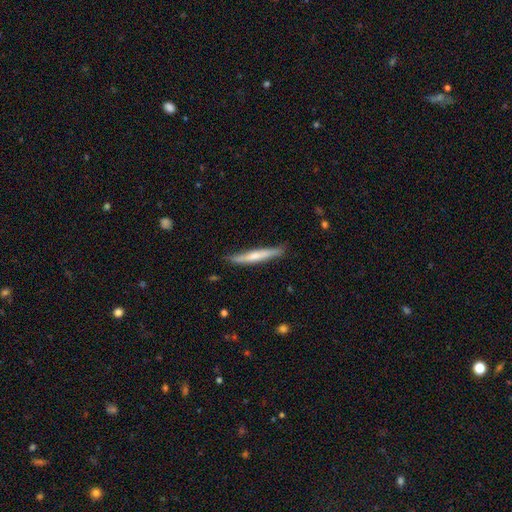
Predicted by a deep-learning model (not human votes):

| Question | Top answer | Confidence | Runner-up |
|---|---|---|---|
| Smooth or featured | smooth | 52% | featured or disk (43%) |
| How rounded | cigar-shaped | 95% | in between (4%) |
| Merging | none | 83% | minor disturbance (13%) |